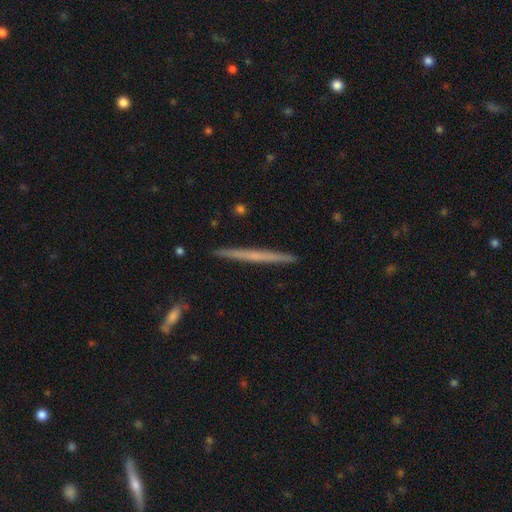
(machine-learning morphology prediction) A featured or disk galaxy (53%) viewed edge-on (98%) with no central bulge (84%). Merging: none (92%).